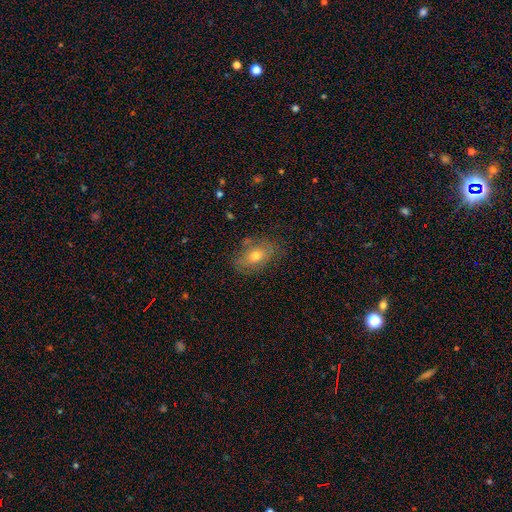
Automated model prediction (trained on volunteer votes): Q: Smooth or featured?
A: smooth (60%); runner-up: featured or disk (29%)
Q: How rounded?
A: in between (80%); runner-up: round (18%)
Q: Merging?
A: none (71%); runner-up: minor disturbance (20%)